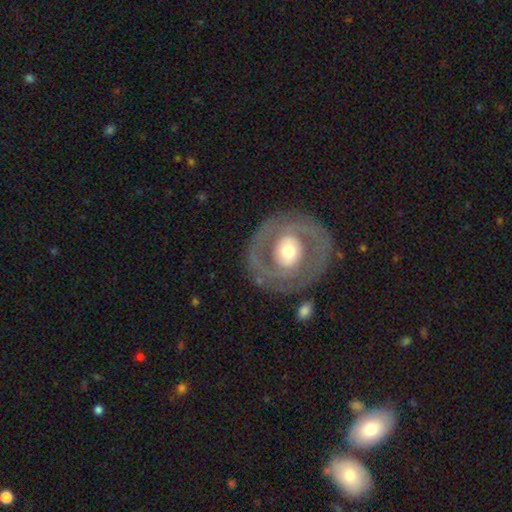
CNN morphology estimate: Overall: featured or disk (73%). Edge-on disk: no (96%). Bar: no (63%; weak 25%). Spiral arms: yes (53%; no 47%). Bulge size: moderate (65%). Merging: none (80%).